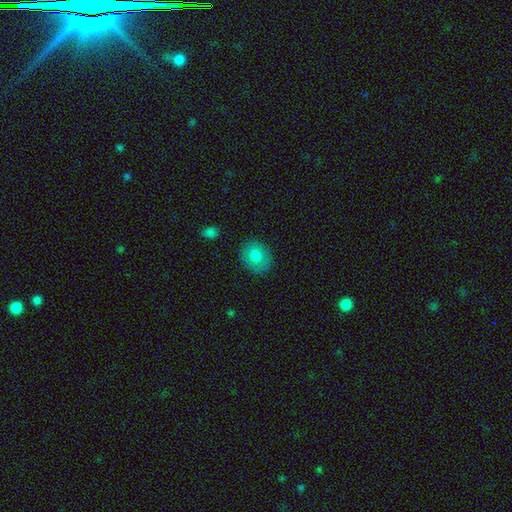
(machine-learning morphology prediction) Smooth or featured?
  - smooth: 76% *
  - featured or disk: 16%
  - star or artifact: 8%
How rounded?
  - round: 51% *
  - in between: 48%
  - cigar-shaped: 1%
Merging?
  - none: 84% *
  - minor disturbance: 11%
  - major disturbance: 3%
  - merger: 1%